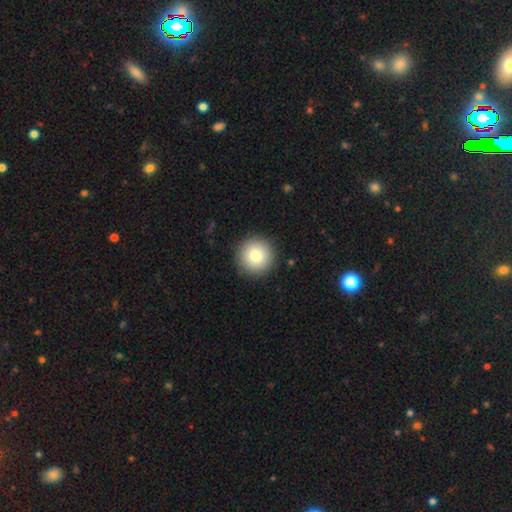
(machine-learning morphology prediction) A smooth galaxy with no disk features (81%) that is round (96%). Merging: none (91%).